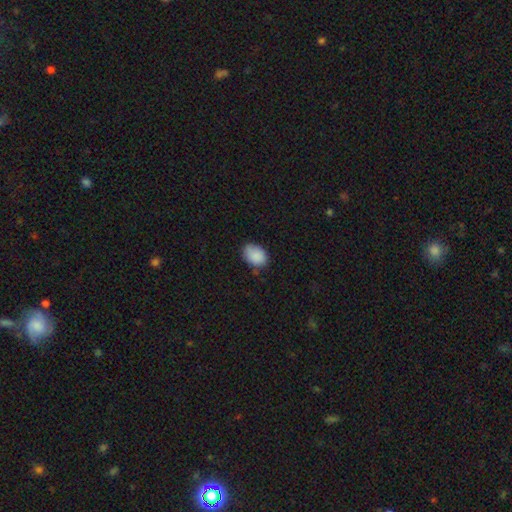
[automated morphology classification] Smooth or featured: smooth — 88% (star or artifact — 8%)
How rounded: in between — 76% (round — 23%)
Merging: none — 75% (minor disturbance — 20%)